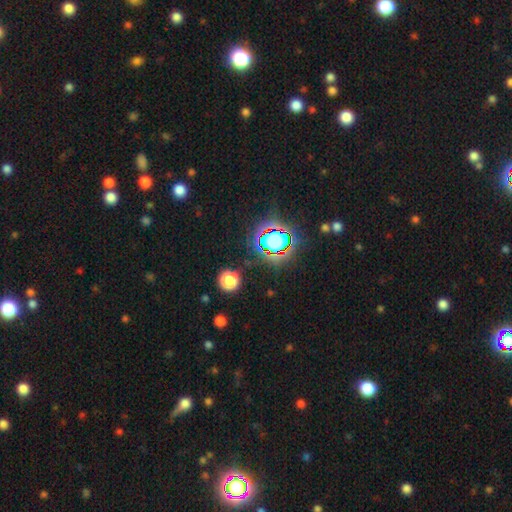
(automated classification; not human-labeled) The model was most divided on "smooth or featured": star or artifact: 81%, smooth: 12%, featured or disk: 7%.